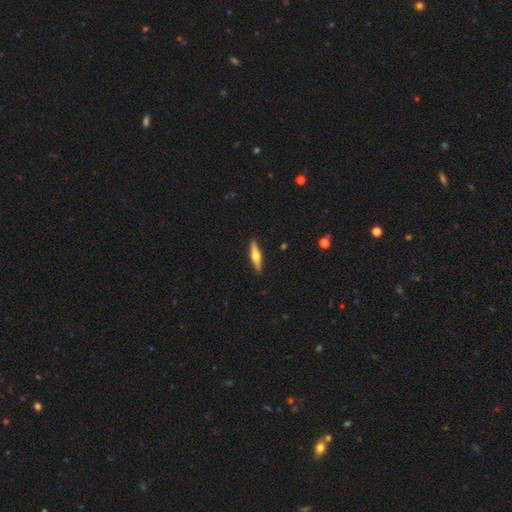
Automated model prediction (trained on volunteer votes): Morphology: type=featured or disk (61%); edge-on=yes (95%); edge-on bulge=rounded (95%); merging=none (91%).